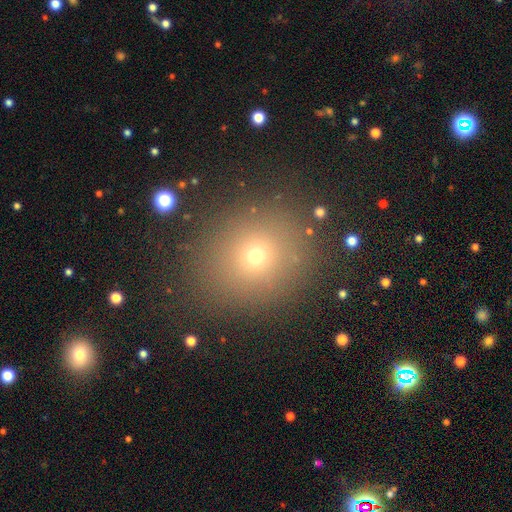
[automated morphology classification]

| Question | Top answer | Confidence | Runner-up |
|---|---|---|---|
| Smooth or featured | smooth | 65% | star or artifact (25%) |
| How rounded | round | 82% | in between (17%) |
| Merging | none | 86% | minor disturbance (8%) |